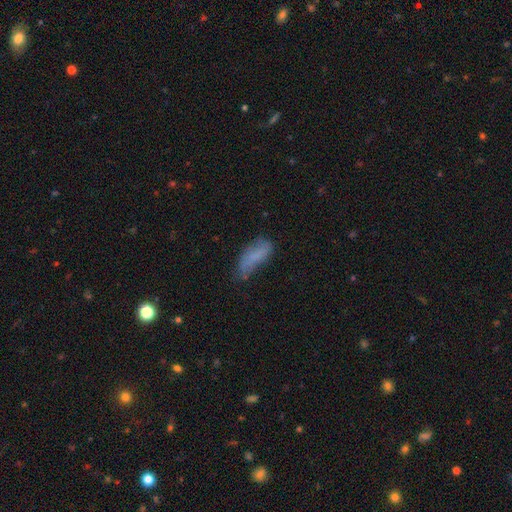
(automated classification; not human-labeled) Smooth or featured: smooth — 70% (featured or disk — 20%)
How rounded: in between — 70% (cigar-shaped — 28%)
Merging: none — 46% (minor disturbance — 35%)